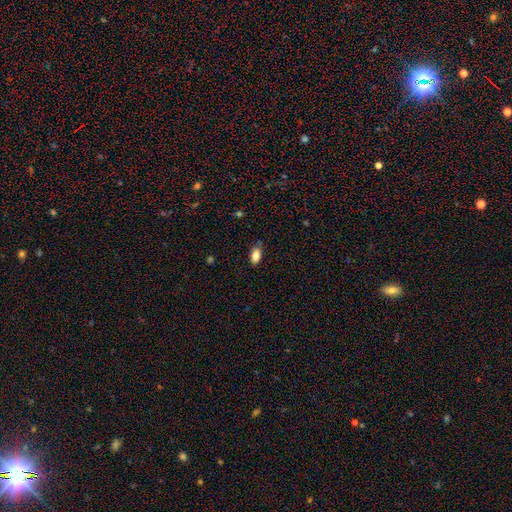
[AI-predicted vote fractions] Q: Smooth or featured?
A: smooth (85%); runner-up: star or artifact (8%)
Q: How rounded?
A: in between (90%); runner-up: cigar-shaped (5%)
Q: Merging?
A: none (76%); runner-up: minor disturbance (19%)